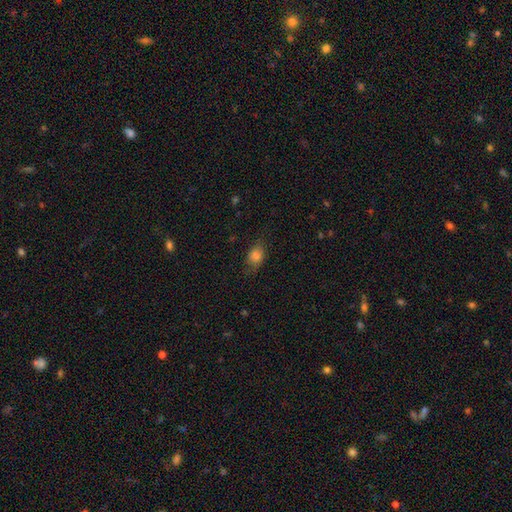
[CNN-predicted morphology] smooth_or_featured: smooth (p=0.77) [alt: featured or disk p=0.12]
how_rounded: in between (p=0.73) [alt: round p=0.24]
merging: none (p=0.65) [alt: minor disturbance p=0.23]